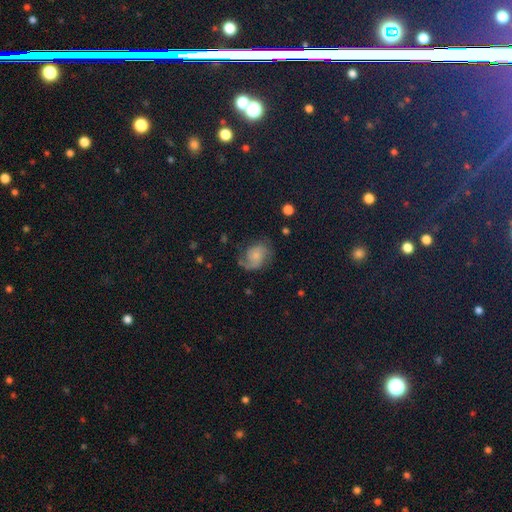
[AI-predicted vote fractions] This is likely a featured or disk galaxy (70%). It is clearly not viewed edge-on (98%). Bar: likely no (70%). Spiral arm pattern: clearly yes (94%). Spiral arm count: likely 2 (69%). Spiral winding: possibly medium (47%). Central bulge: marginally small (42%). Merging: likely none (65%).